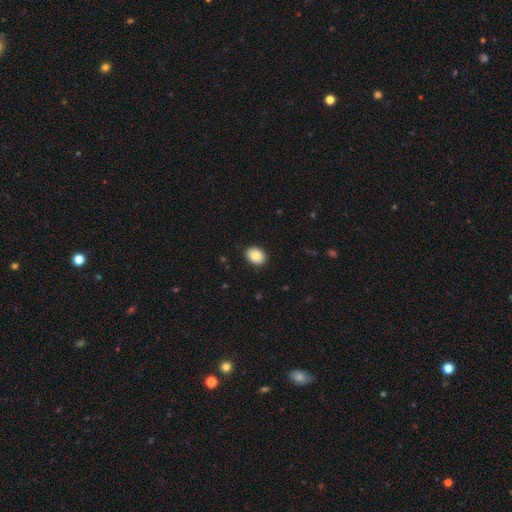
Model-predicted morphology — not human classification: Smooth or featured?
  - smooth: 85% *
  - star or artifact: 8%
  - featured or disk: 8%
How rounded?
  - in between: 52% *
  - round: 47%
  - cigar-shaped: 1%
Merging?
  - none: 90% *
  - minor disturbance: 8%
  - major disturbance: 2%
  - merger: 1%